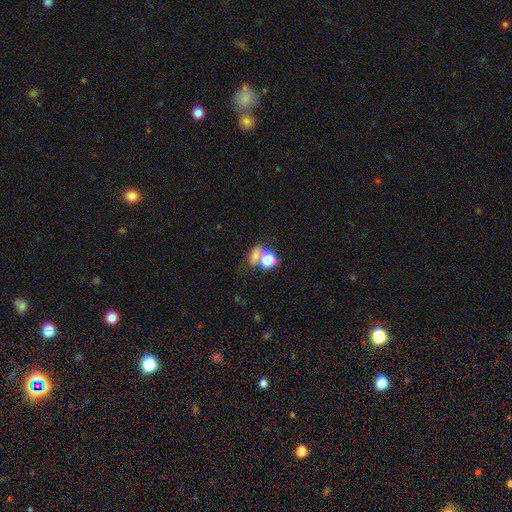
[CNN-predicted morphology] Smooth or featured? smooth (64%)
How rounded? in between (50%)
Merging? none (40%)